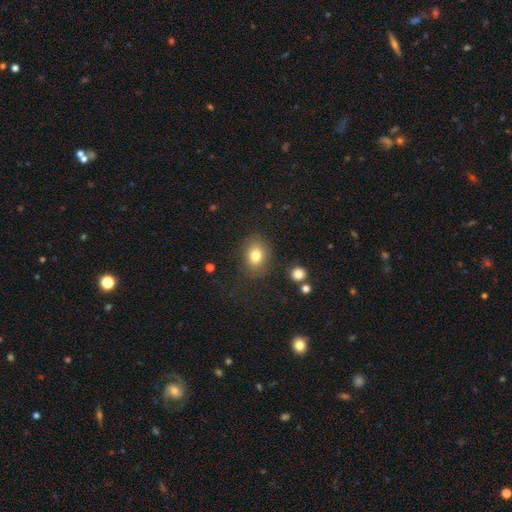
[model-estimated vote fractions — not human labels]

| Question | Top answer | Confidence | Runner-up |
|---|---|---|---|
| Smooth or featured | smooth | 79% | star or artifact (11%) |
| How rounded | in between | 65% | round (34%) |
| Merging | none | 81% | minor disturbance (13%) |